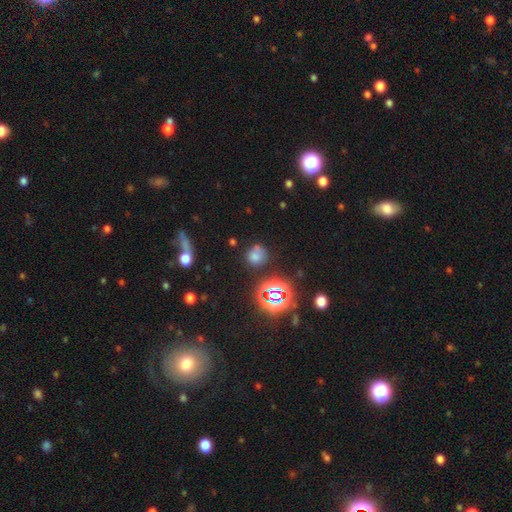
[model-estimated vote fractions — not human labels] This is likely a smooth galaxy (62%). How rounded: clearly round (81%). Merging: likely none (62%).